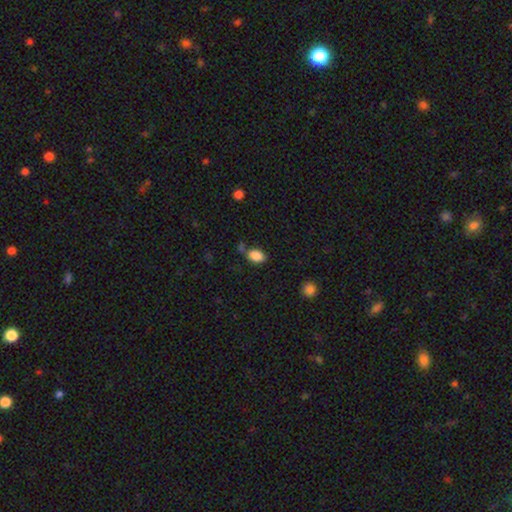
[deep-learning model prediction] Smooth or featured?
  - smooth: 87% *
  - star or artifact: 9%
  - featured or disk: 5%
How rounded?
  - in between: 85% *
  - round: 14%
  - cigar-shaped: 1%
Merging?
  - none: 70% *
  - minor disturbance: 16%
  - merger: 10%
  - major disturbance: 4%